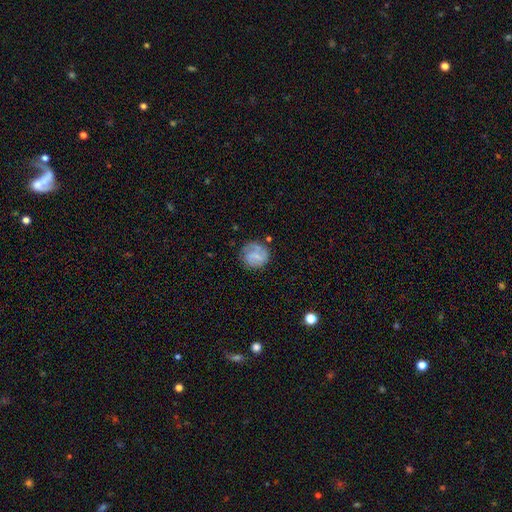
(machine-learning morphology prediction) featured or disk 47%, smooth 45%, star or artifact 8%. Down the decision tree: merging — none (66%).